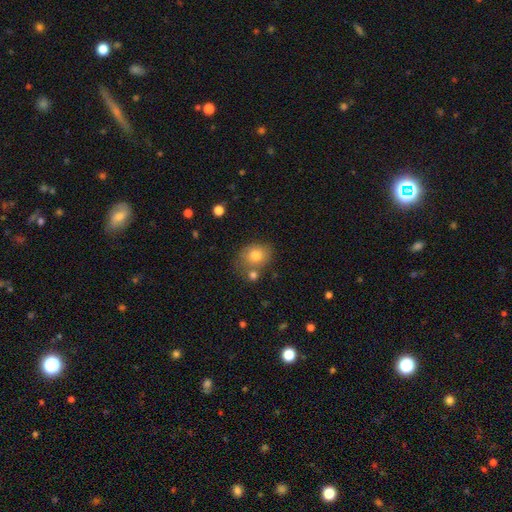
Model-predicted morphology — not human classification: Q: Smooth or featured?
A: smooth (78%); runner-up: featured or disk (12%)
Q: How rounded?
A: round (54%); runner-up: in between (45%)
Q: Merging?
A: none (60%); runner-up: minor disturbance (18%)